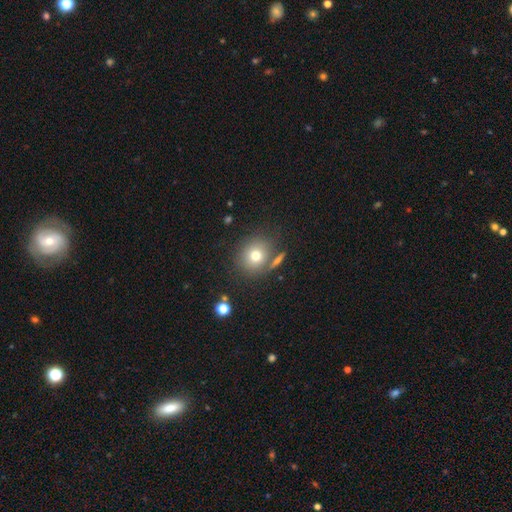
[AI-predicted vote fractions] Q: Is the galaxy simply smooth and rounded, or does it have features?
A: smooth — 72%.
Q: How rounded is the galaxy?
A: round — 83%.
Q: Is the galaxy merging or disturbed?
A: none — 73%.